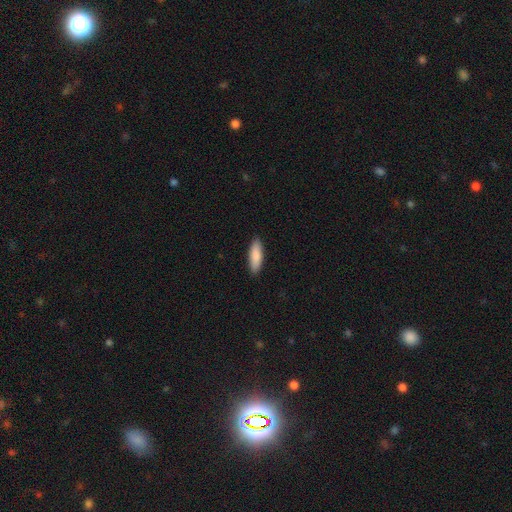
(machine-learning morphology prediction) Smooth or featured? Predicted: smooth (p=0.87). How rounded? Predicted: in between (p=0.55). Merging? Predicted: none (p=0.90).